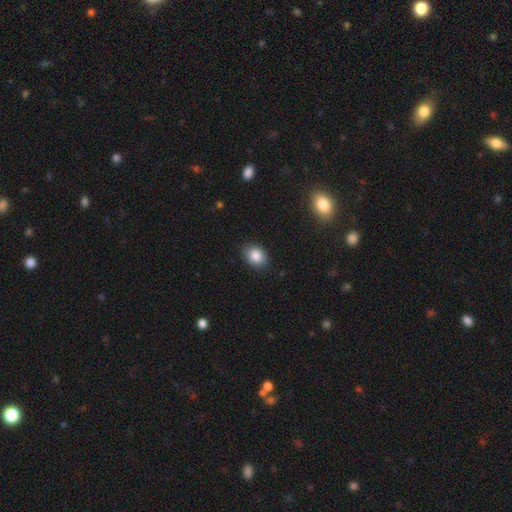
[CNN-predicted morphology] Smooth or featured? smooth (85%)
How rounded? in between (71%)
Merging? none (86%)